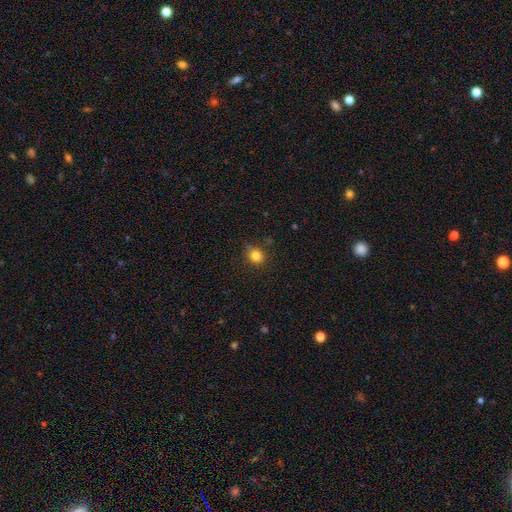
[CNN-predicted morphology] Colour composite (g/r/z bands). It shows a smooth galaxy with no disk features (82%) that is round (84%). Merging: none (83%).